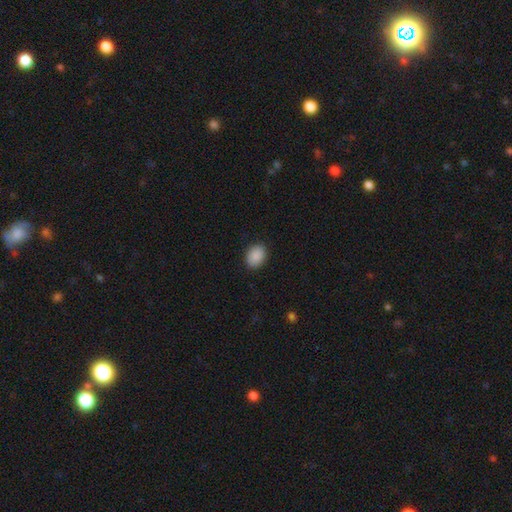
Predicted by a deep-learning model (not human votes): Smooth or featured? Predicted: smooth (p=0.90). How rounded? Predicted: in between (p=0.67). Merging? Predicted: none (p=0.89).